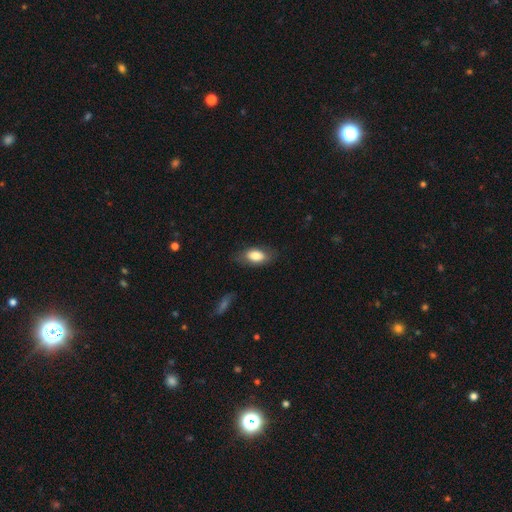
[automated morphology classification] Q: Smooth or featured?
A: smooth (80%); runner-up: featured or disk (14%)
Q: How rounded?
A: in between (91%); runner-up: round (5%)
Q: Merging?
A: none (74%); runner-up: minor disturbance (19%)